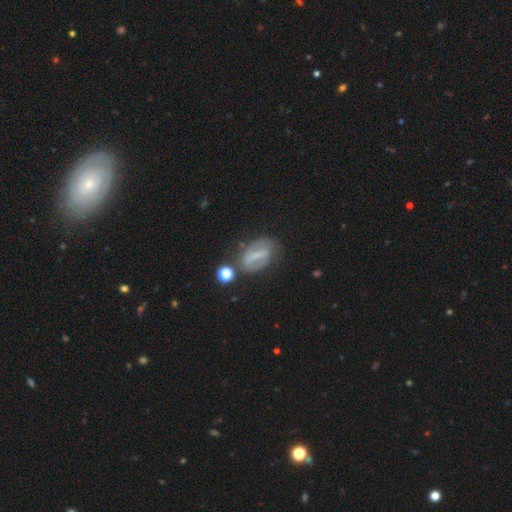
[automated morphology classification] Smooth or featured: featured or disk — 54% (smooth — 35%)
Edge-on disk: no — 88% (yes — 12%)
Merging: none — 60% (minor disturbance — 22%)